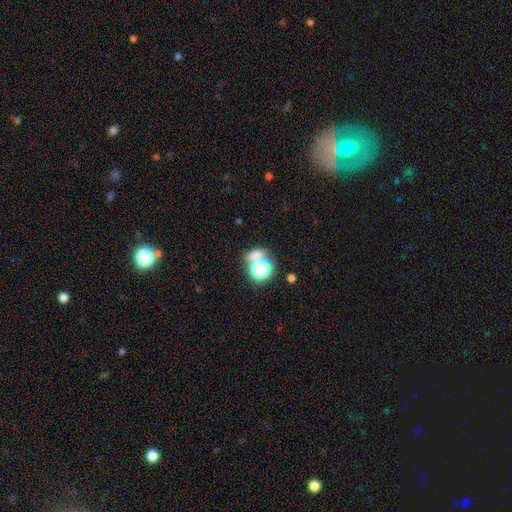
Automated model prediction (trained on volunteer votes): smooth_or_featured: smooth (p=0.58) [alt: star or artifact p=0.32]
how_rounded: round (p=0.66) [alt: in between p=0.30]
merging: none (p=0.58) [alt: merger p=0.28]